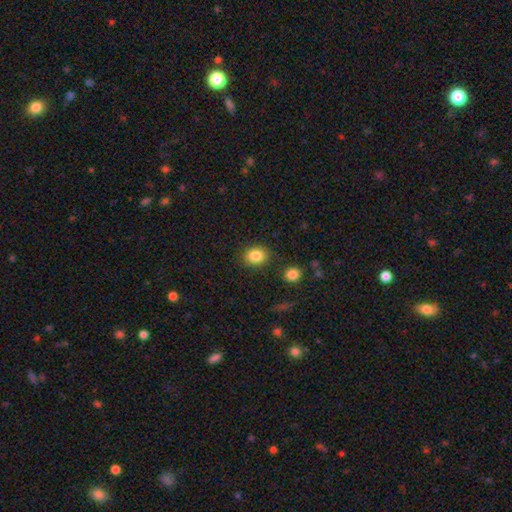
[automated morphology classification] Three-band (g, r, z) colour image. It shows a smooth galaxy with no disk features (85%) that is round (56%). Merging: none (85%).